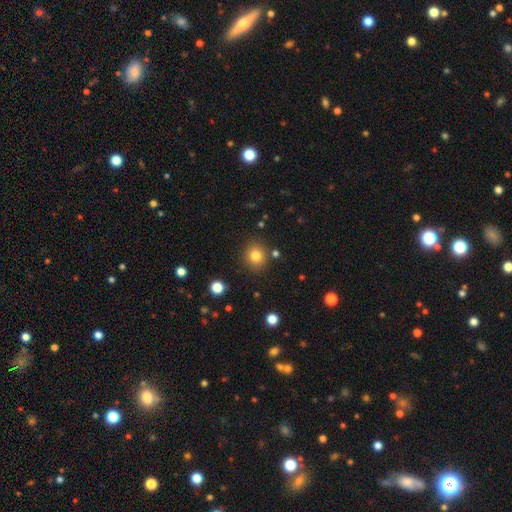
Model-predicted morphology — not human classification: Smooth or featured: smooth — 82% (star or artifact — 12%)
How rounded: round — 85% (in between — 14%)
Merging: none — 86% (minor disturbance — 8%)